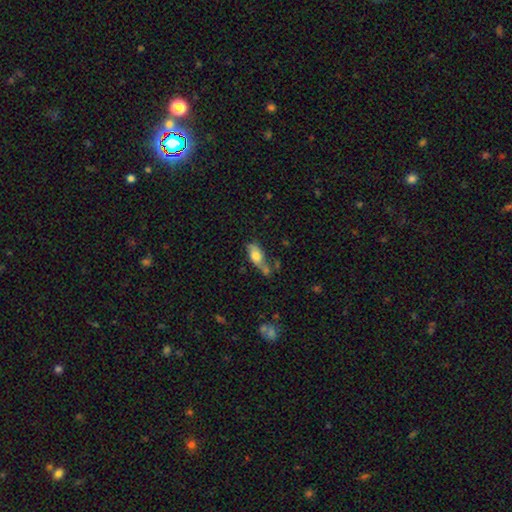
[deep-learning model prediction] A smooth galaxy with no disk features (67%) that is in between round and cigar-shaped (77%). Merging: none (41%).